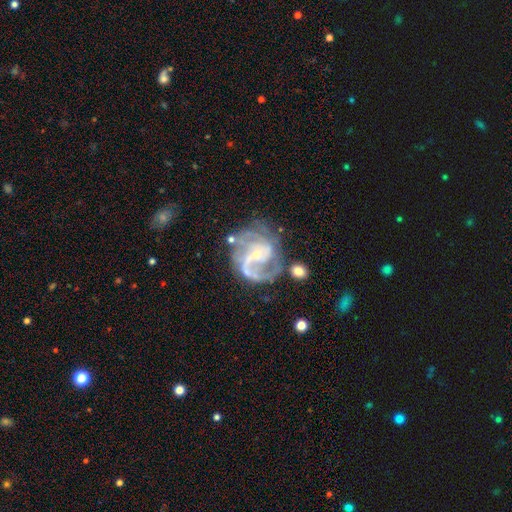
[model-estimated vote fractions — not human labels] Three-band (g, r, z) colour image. It shows a featured or disk galaxy (87%) with a weak bar (43%, tied with no), 2 (48%) medium (47%) spiral arms (94%) and a small central bulge (70%). Merging: none (53%).